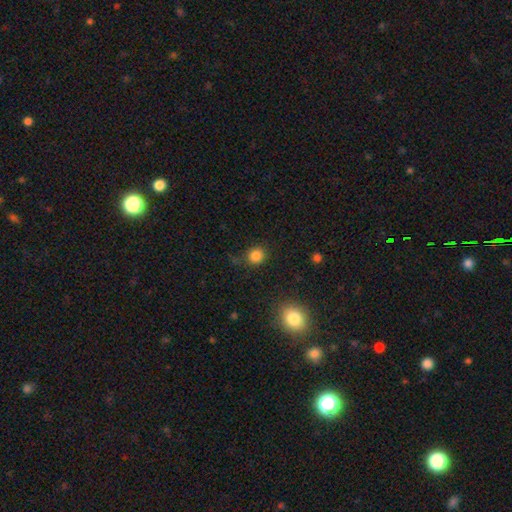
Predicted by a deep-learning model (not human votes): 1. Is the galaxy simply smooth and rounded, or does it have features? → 83% smooth, 13% star or artifact, 4% featured or disk.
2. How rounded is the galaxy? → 82% round, 17% in between, 1% cigar-shaped.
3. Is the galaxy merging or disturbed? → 80% none, 13% minor disturbance, 4% major disturbance, 3% merger.